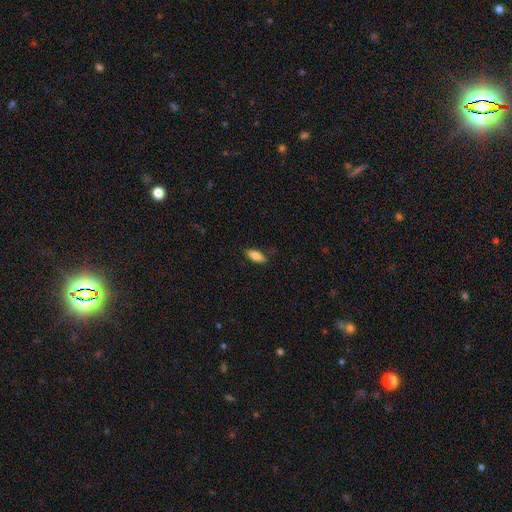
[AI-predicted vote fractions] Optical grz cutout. It shows a smooth galaxy with no disk features (81%) that is in between round and cigar-shaped (76%). Merging: none (80%).